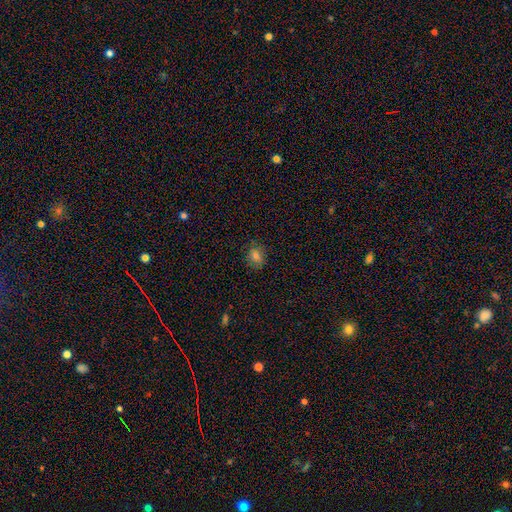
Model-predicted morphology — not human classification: The model was most divided on "how rounded": round: 54%, in between: 45%, cigar-shaped: 1%. More confident: merging — none (83%); smooth or featured — smooth (78%).